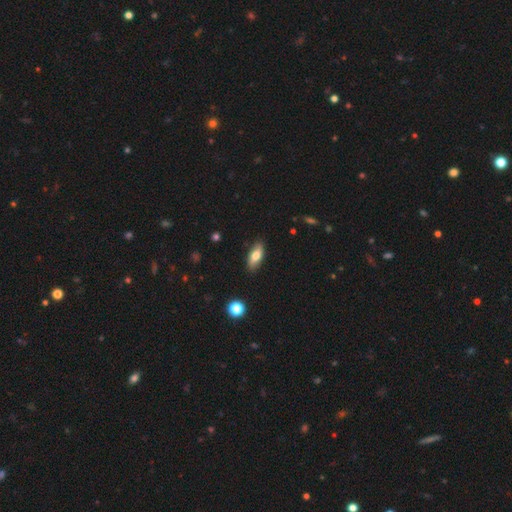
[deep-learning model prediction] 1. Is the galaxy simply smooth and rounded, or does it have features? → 69% smooth, 25% featured or disk, 7% star or artifact.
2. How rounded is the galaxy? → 79% in between, 18% cigar-shaped, 3% round.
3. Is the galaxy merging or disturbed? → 85% none, 11% minor disturbance, 2% major disturbance, 1% merger.